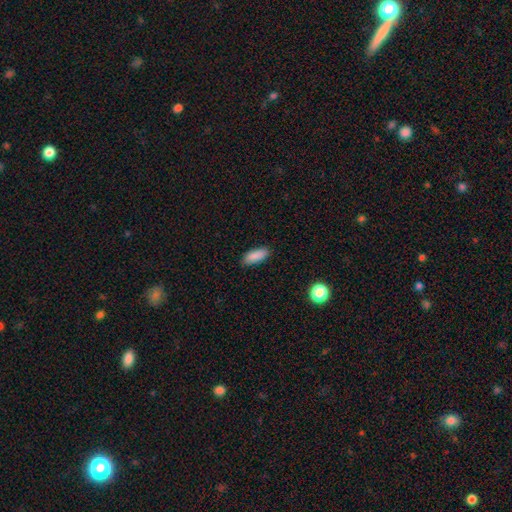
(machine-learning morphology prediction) The model was most divided on "how rounded": in between: 78%, cigar-shaped: 20%, round: 2%. More confident: smooth or featured — smooth (88%); merging — none (87%).